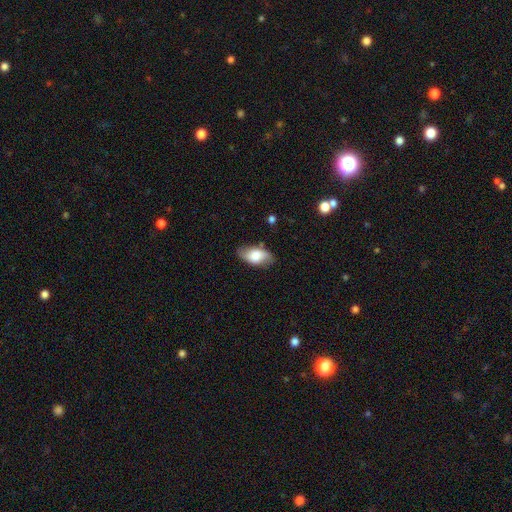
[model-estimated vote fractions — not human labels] A smooth galaxy with no disk features (66%) that is in between round and cigar-shaped (92%). Merging: none (78%).